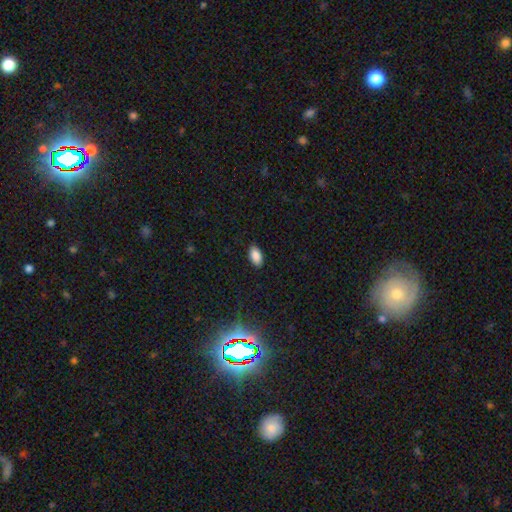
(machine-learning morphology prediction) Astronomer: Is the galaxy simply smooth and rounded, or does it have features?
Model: smooth — 87%.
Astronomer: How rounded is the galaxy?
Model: in between — 94%.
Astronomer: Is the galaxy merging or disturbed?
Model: none — 87%.